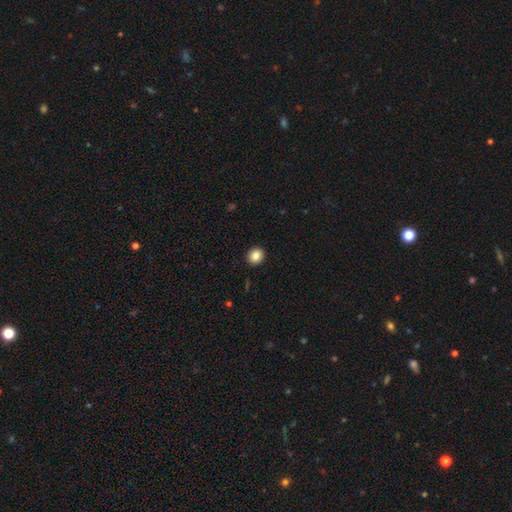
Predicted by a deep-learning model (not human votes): Smooth or featured?
  - smooth: 85% *
  - star or artifact: 9%
  - featured or disk: 5%
How rounded?
  - round: 77% *
  - in between: 23%
  - cigar-shaped: 1%
Merging?
  - none: 92% *
  - minor disturbance: 5%
  - major disturbance: 2%
  - merger: 1%